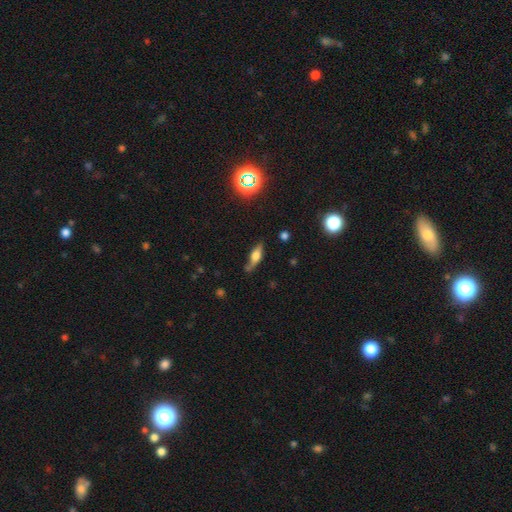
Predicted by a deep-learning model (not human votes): A smooth galaxy with no disk features (46%). Merging: none (67%).